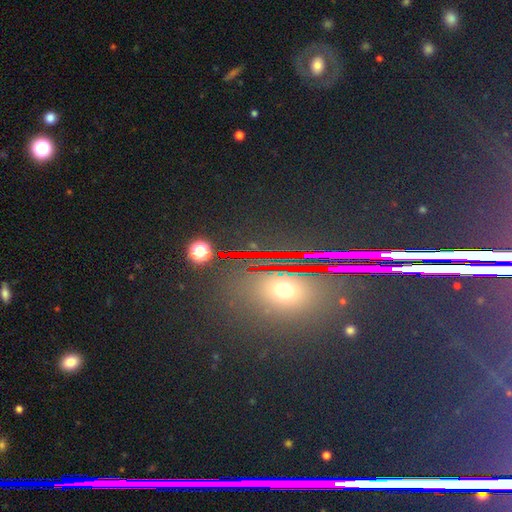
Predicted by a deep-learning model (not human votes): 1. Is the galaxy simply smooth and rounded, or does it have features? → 59% star or artifact, 28% smooth, 13% featured or disk.